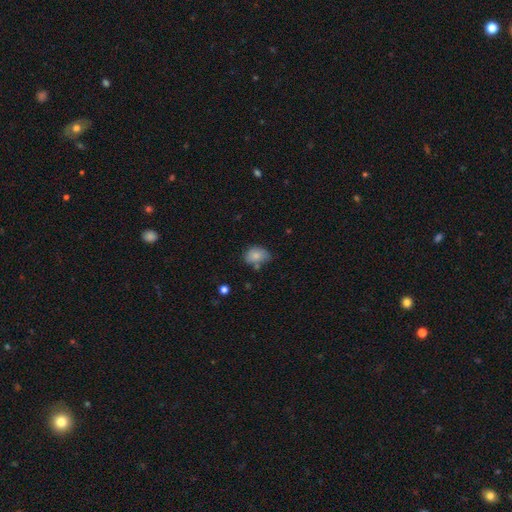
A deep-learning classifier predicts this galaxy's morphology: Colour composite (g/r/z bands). It shows a smooth galaxy with no disk features (80%) that is in between round and cigar-shaped (72%). Merging: none (54%).